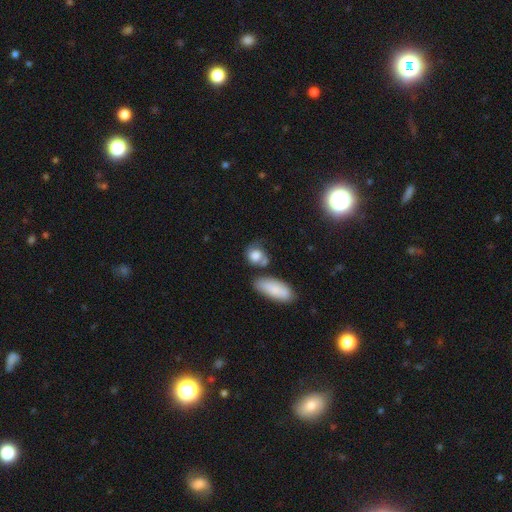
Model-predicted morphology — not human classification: This appears to be a smooth galaxy with no disk features (76%) that is round (58%). Merging: none (45%).